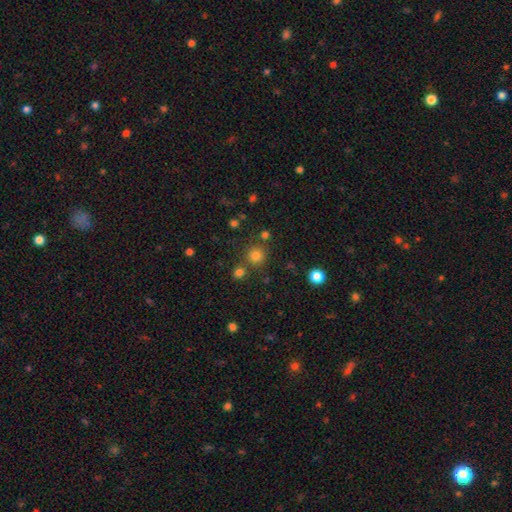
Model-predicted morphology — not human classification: Smooth or featured? Predicted: smooth (p=0.77). How rounded? Predicted: round (p=0.93). Merging? Predicted: none (p=0.79).